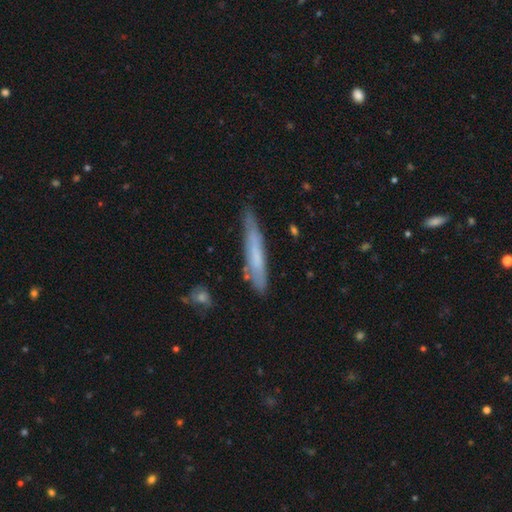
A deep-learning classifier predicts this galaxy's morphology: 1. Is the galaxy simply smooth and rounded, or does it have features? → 56% smooth, 37% featured or disk, 7% star or artifact.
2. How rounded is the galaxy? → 92% cigar-shaped, 7% in between, 1% round.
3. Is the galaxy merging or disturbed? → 69% none, 23% minor disturbance, 4% major disturbance, 3% merger.